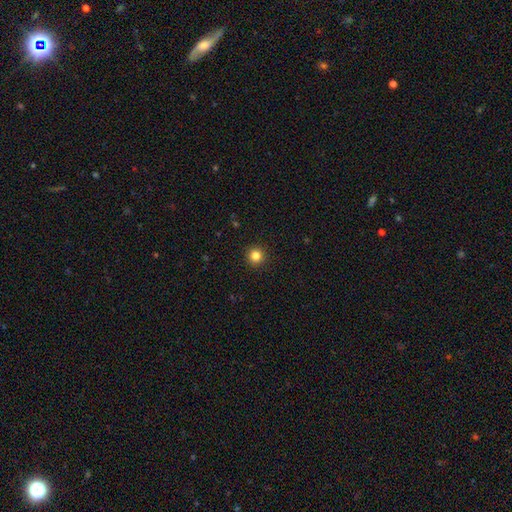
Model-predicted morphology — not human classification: smooth 83%, star or artifact 13%, featured or disk 4%. Down the decision tree: how rounded — round (96%); merging — none (93%).